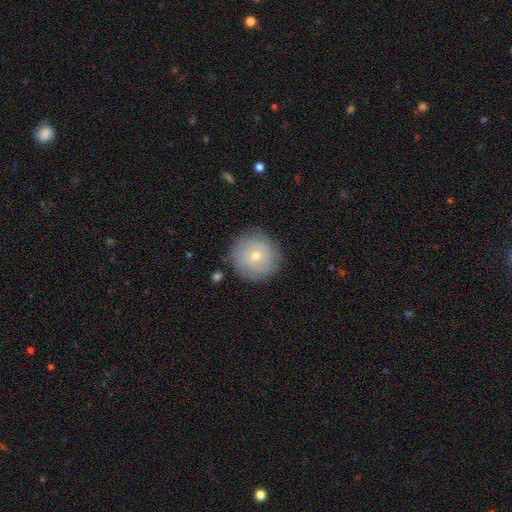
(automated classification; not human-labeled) This is possibly a smooth galaxy (52%). How rounded: clearly round (94%). Merging: clearly none (85%).